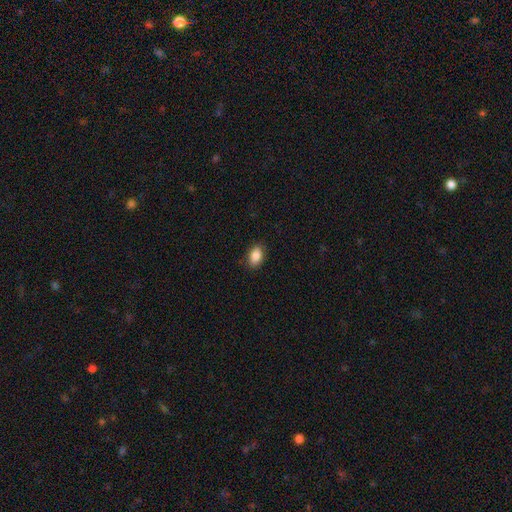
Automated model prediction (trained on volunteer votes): This is clearly a smooth galaxy (87%). How rounded: clearly in between (86%). Merging: clearly none (87%).